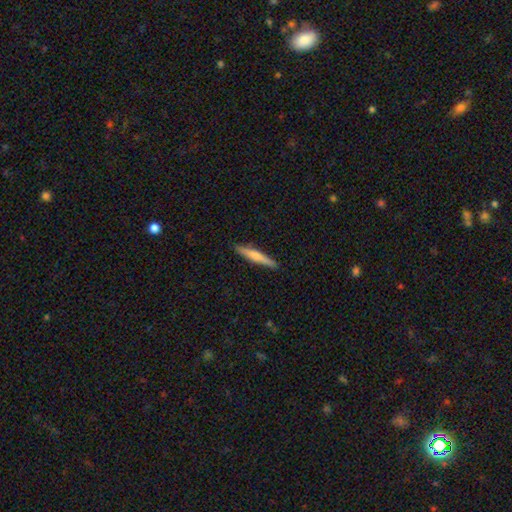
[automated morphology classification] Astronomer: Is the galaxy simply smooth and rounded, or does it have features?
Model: smooth — 58% (runner-up: featured or disk, 36%).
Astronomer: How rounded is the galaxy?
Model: cigar-shaped — 93%.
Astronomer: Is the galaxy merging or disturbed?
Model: none — 89%.